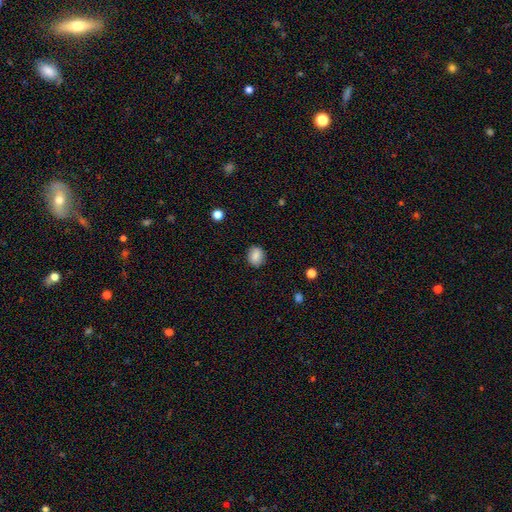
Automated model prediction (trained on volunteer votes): Overall: smooth (84%). How rounded: round (67%; in between 32%). Merging: none (88%).